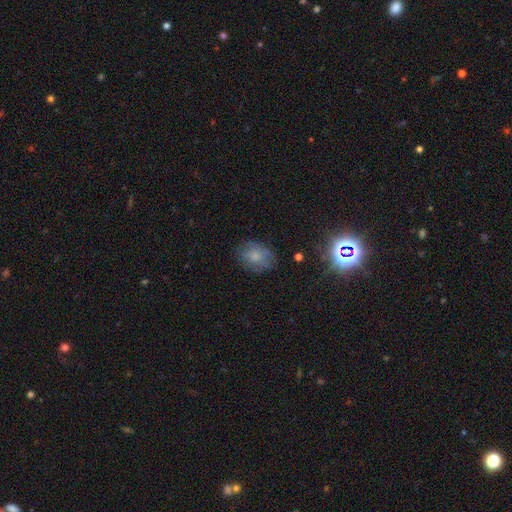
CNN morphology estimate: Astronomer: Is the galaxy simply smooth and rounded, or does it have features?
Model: smooth — 70%.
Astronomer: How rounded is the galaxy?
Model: in between — 60% (runner-up: round, 38%).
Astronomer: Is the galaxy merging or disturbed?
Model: none — 73%.